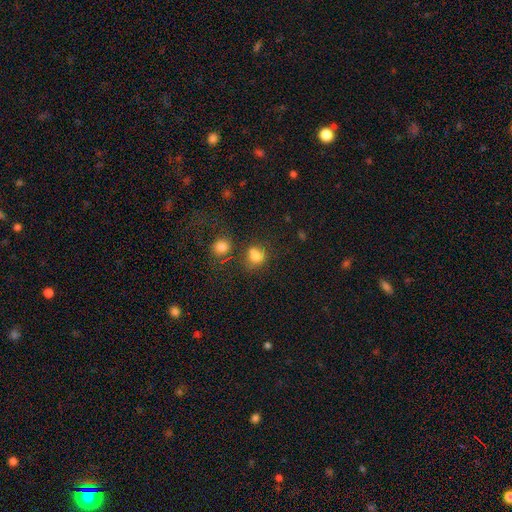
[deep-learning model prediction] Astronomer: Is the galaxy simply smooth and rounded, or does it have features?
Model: smooth — 74%.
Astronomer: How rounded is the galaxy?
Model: round — 67%.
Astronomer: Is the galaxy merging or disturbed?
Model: none — 46% (runner-up: merger, 33%).